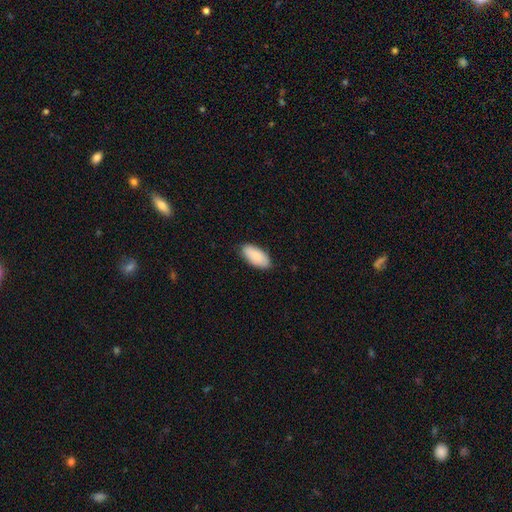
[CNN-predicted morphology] Smooth or featured: smooth — 87% (featured or disk — 7%)
How rounded: in between — 93% (cigar-shaped — 5%)
Merging: none — 83% (minor disturbance — 14%)